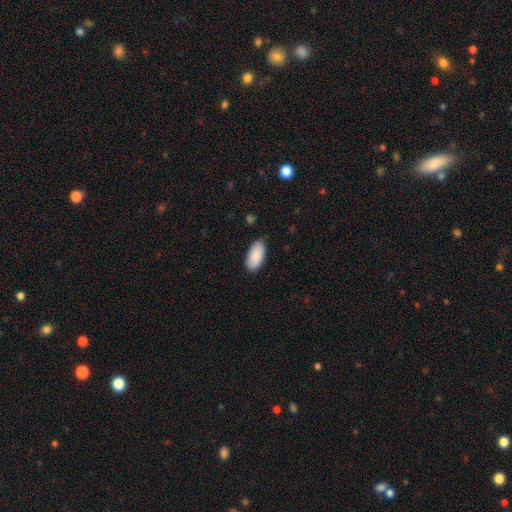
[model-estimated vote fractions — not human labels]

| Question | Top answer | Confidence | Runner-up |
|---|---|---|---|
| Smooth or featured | smooth | 89% | star or artifact (6%) |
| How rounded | in between | 93% | cigar-shaped (5%) |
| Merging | none | 84% | minor disturbance (13%) |